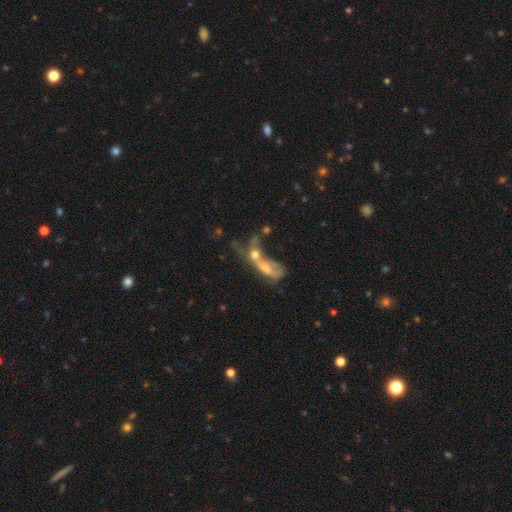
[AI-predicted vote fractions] Overall: featured or disk (55%; smooth 30%). Edge-on disk: no (78%). Merging: merger (59%; major disturbance 19%).